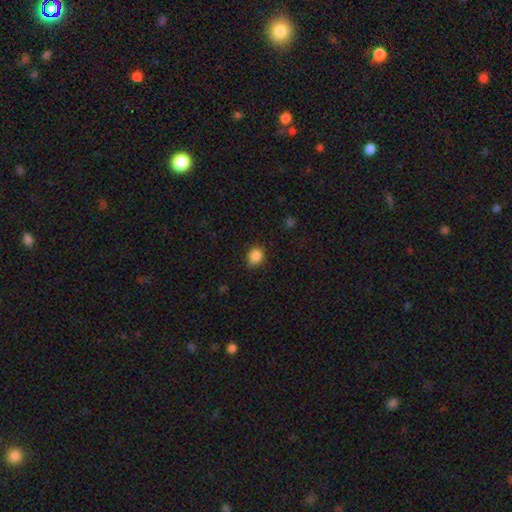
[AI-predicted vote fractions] smooth-or-featured: smooth: 86% | star or artifact: 10% | featured or disk: 4%
  how-rounded: round: 75% | in between: 24% | cigar-shaped: 1%
  merging: none: 77% | minor disturbance: 19% | major disturbance: 3% | merger: 1%